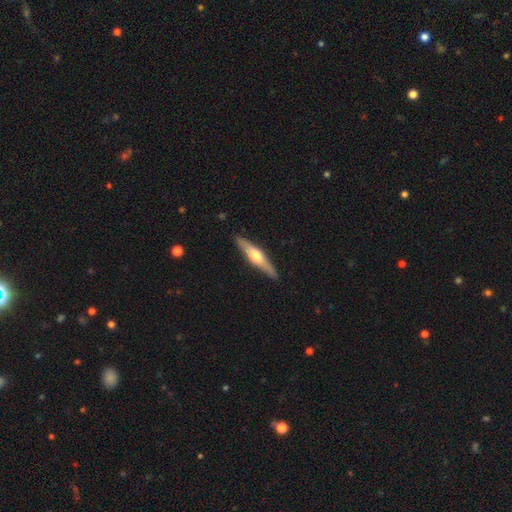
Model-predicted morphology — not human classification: type=featured or disk (63%); edge-on=yes (96%); edge-on bulge=rounded (91%); merging=none (90%).